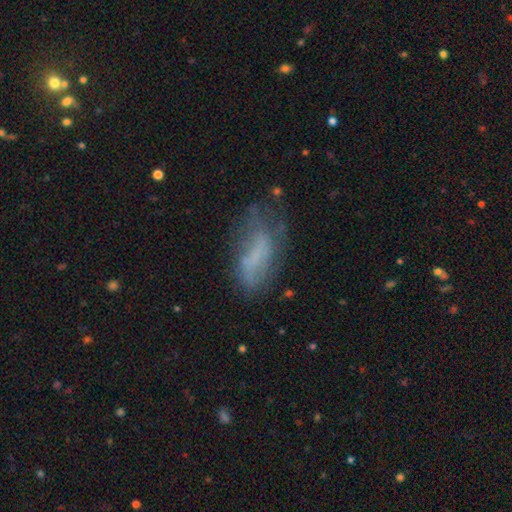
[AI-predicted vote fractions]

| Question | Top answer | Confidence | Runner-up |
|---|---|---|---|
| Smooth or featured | smooth | 49% | featured or disk (39%) |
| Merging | none | 48% | minor disturbance (29%) |